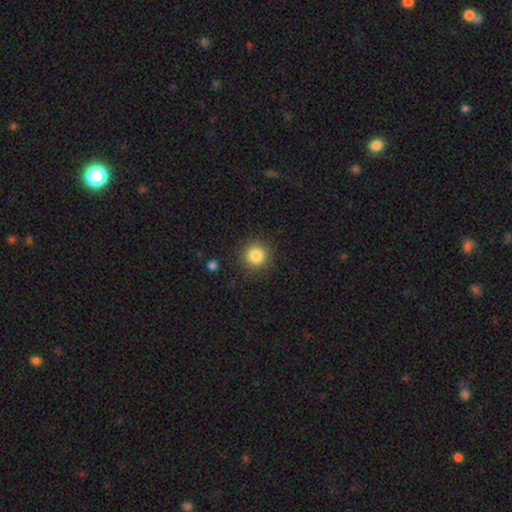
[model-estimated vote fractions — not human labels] This appears to be a smooth galaxy with no disk features (84%) that is round (94%). Merging: none (89%).